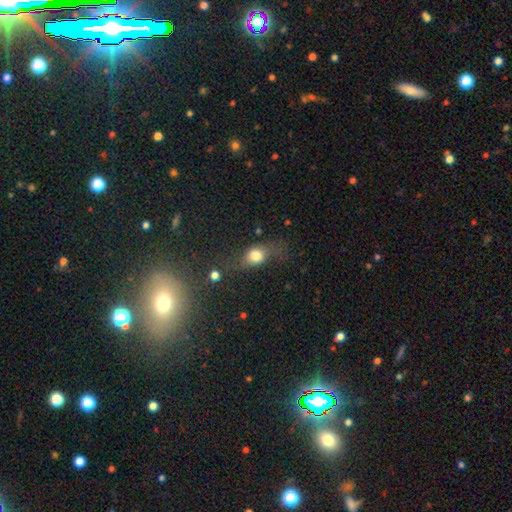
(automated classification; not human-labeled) Morphology: type=smooth (72%); roundness=in between (50%); merging=none (48%).